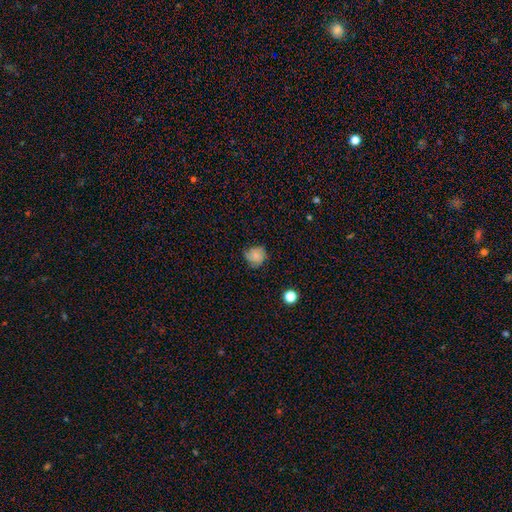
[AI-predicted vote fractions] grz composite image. It shows a smooth galaxy with no disk features (64%) that is round (82%). Merging: none (65%).